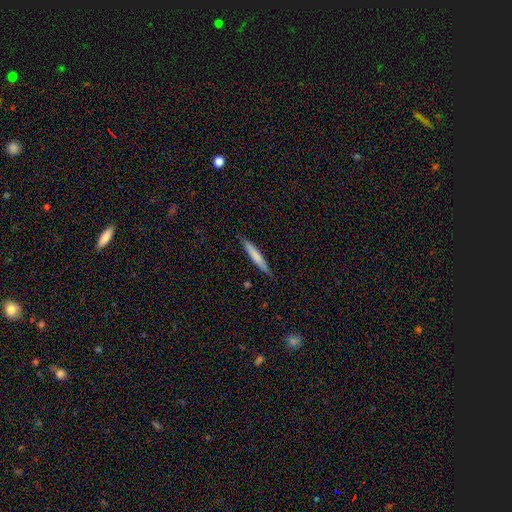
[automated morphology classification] The model was most divided on "smooth or featured": smooth: 70%, featured or disk: 24%, star or artifact: 5%. More confident: how rounded — cigar-shaped (95%); merging — none (88%).